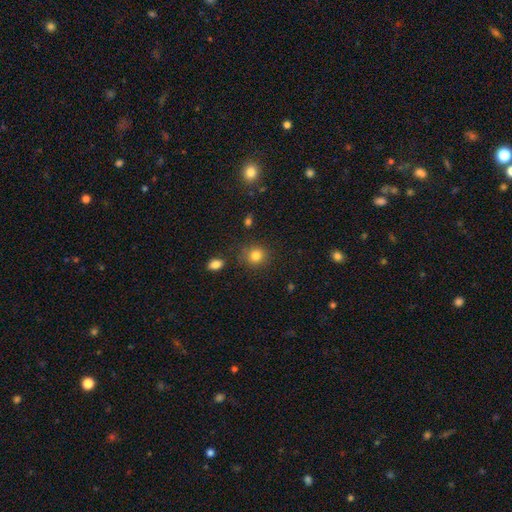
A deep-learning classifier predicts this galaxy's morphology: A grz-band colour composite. It shows a smooth galaxy with no disk features (83%) that is round (84%). Merging: none (82%).